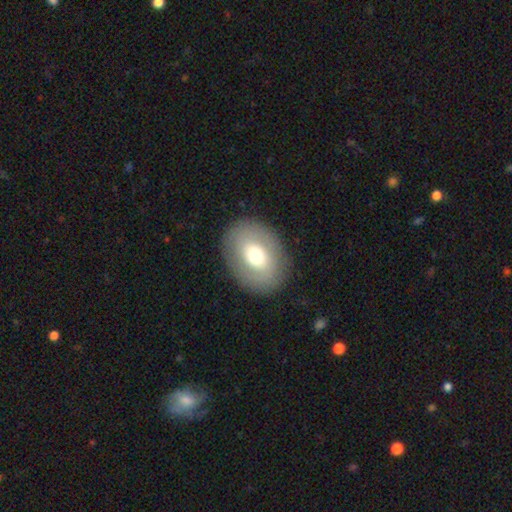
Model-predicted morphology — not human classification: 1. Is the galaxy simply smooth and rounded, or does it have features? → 61% smooth, 32% featured or disk, 8% star or artifact.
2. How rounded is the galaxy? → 68% in between, 31% round, 1% cigar-shaped.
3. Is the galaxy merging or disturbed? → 86% none, 9% minor disturbance, 4% major disturbance, 1% merger.